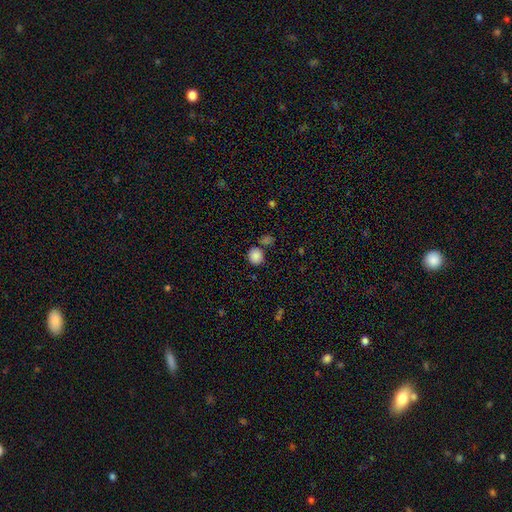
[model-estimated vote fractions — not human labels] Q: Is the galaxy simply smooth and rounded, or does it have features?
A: smooth — 86%.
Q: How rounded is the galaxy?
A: round — 80%.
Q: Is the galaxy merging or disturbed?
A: none — 72%.